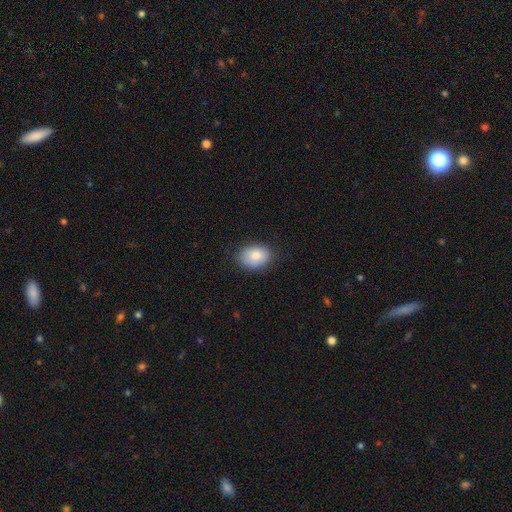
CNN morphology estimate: Overall: smooth (82%). How rounded: in between (72%). Merging: none (81%).